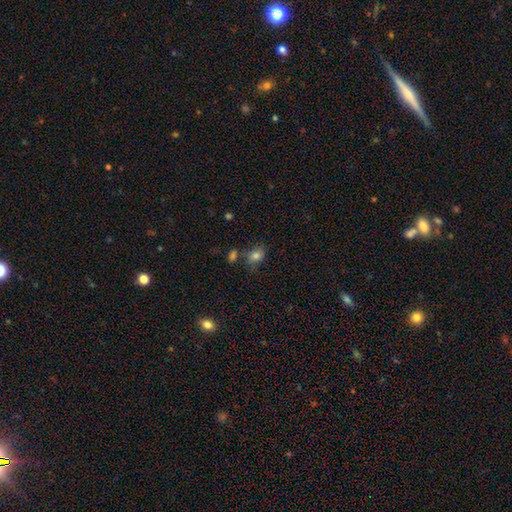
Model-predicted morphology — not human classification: smooth_or_featured: smooth (p=0.81) [alt: star or artifact p=0.11]
how_rounded: in between (p=0.68) [alt: round p=0.31]
merging: none (p=0.65) [alt: minor disturbance p=0.18]